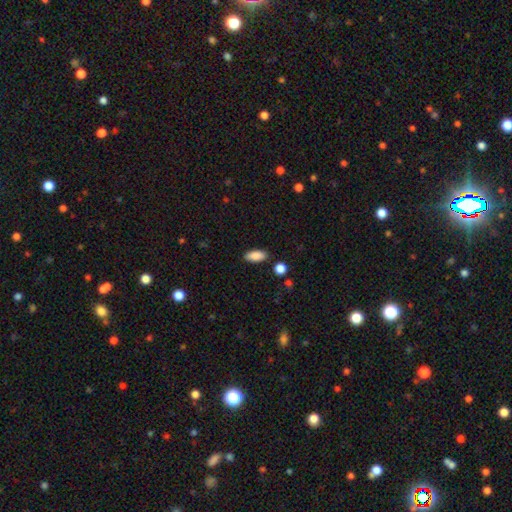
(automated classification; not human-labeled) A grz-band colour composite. It shows a smooth galaxy with no disk features (89%) that is in between round and cigar-shaped (88%). Merging: none (86%).